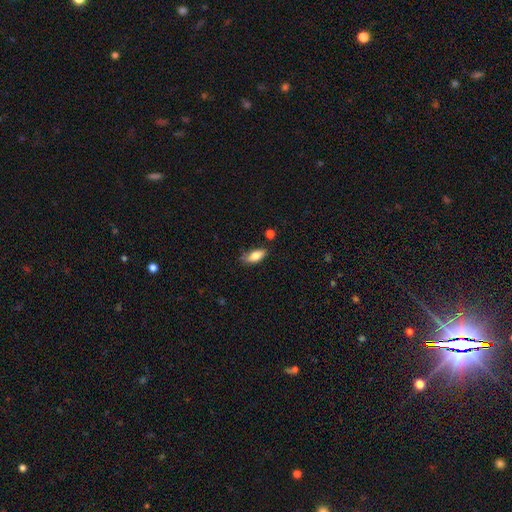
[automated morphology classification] Overall: smooth (78%). How rounded: in between (82%). Merging: none (64%; minor disturbance 26%).